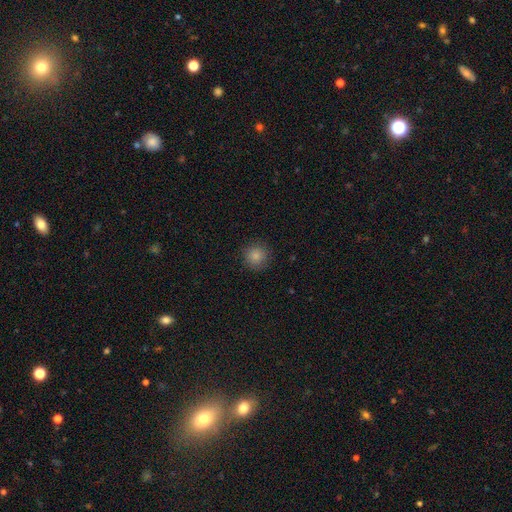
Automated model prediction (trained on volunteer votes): smooth 85%, star or artifact 11%, featured or disk 4%. Down the decision tree: how rounded — round (94%); merging — none (89%).